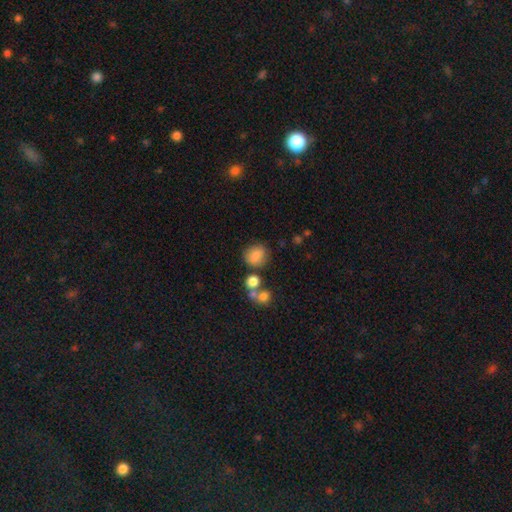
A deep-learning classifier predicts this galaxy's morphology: smooth-or-featured: smooth: 81% | star or artifact: 10% | featured or disk: 9%
  how-rounded: round: 69% | in between: 30% | cigar-shaped: 1%
  merging: none: 69% | minor disturbance: 15% | merger: 11% | major disturbance: 5%